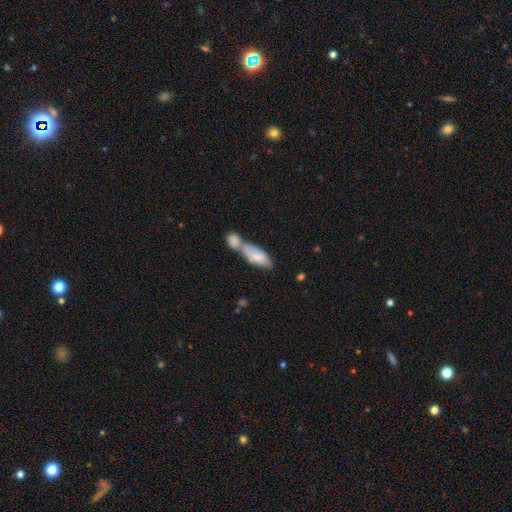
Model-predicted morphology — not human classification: smooth 75%, featured or disk 19%, star or artifact 6%. Down the decision tree: how rounded — in between (76%); merging — merger (66%).